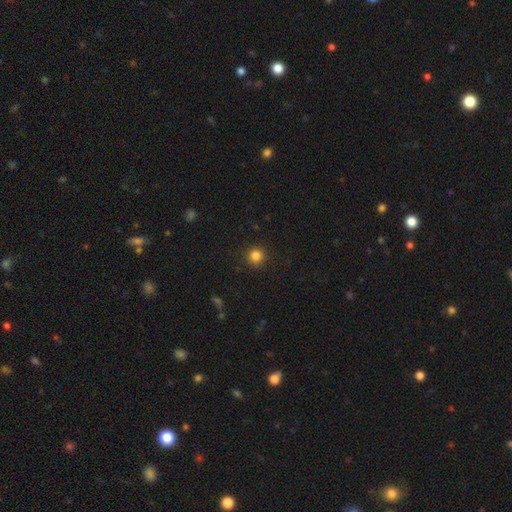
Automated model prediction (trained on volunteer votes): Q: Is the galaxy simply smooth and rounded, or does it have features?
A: smooth — 84%.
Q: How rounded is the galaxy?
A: round — 95%.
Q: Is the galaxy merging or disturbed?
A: none — 91%.